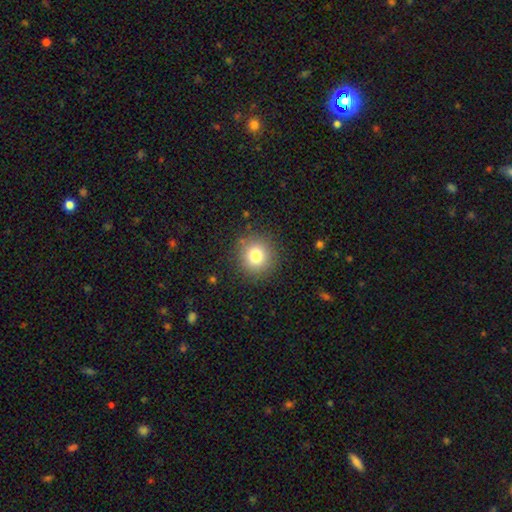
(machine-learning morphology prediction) Smooth or featured? Predicted: smooth (p=0.79). How rounded? Predicted: round (p=0.92). Merging? Predicted: none (p=0.88).